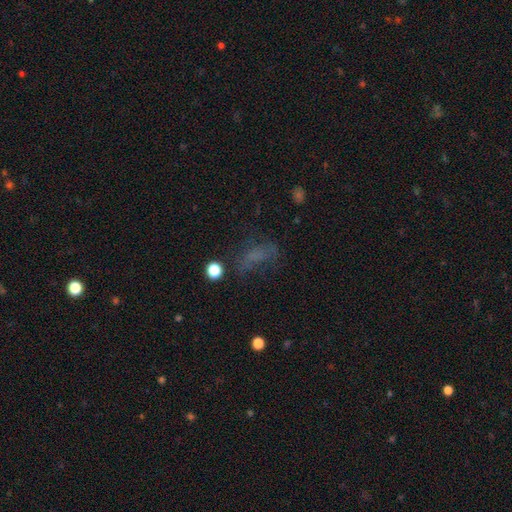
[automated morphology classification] Overall: smooth (46%; star or artifact 30%). Merging: none (41%; major disturbance 33%).